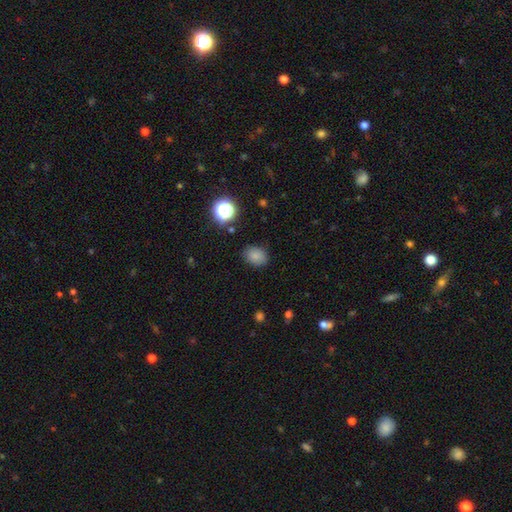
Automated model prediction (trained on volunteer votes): A smooth galaxy with no disk features (82%) that is in between round and cigar-shaped (64%).

Vote fractions:
- Smooth or featured? smooth: 82% / star or artifact: 13% / featured or disk: 5%
- How rounded? in between: 64% / round: 35% / cigar-shaped: 1%
- Merging? none: 83% / minor disturbance: 12% / major disturbance: 3% / merger: 2%